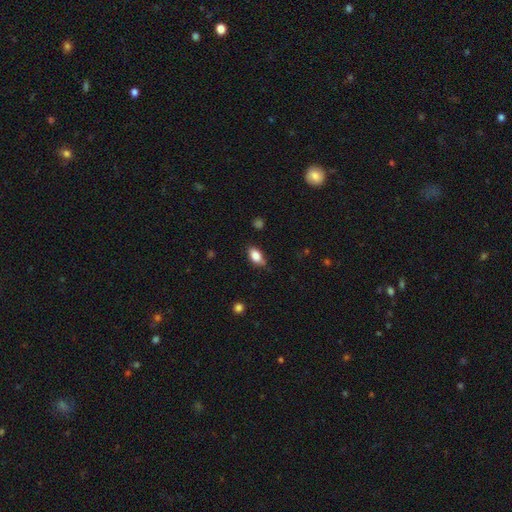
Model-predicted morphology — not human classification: Smooth or featured? Predicted: smooth (p=0.83). How rounded? Predicted: in between (p=0.89). Merging? Predicted: none (p=0.74).